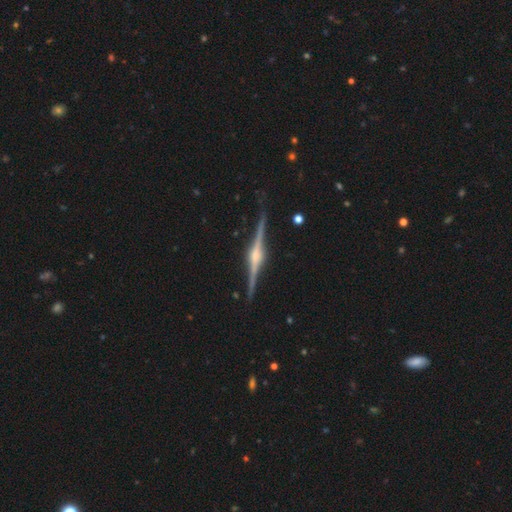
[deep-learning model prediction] This appears to be a featured or disk galaxy (90%) viewed edge-on (99%) with a rounded central bulge (82%). Merging: none (90%).